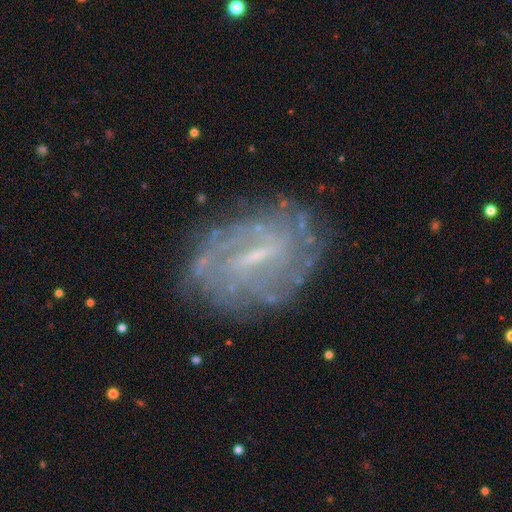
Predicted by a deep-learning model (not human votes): Smooth or featured?
  - featured or disk: 81% *
  - smooth: 12%
  - star or artifact: 8%
Edge-on disk?
  - no: 96% *
  - yes: 4%
Bar?
  - weak: 51% *
  - strong: 36%
  - no: 13%
Spiral arms?
  - yes: 80% *
  - no: 20%
Spiral winding?
  - tight: 62% *
  - medium: 27%
  - loose: 11%
Spiral arm count?
  - can't tell: 58% *
  - 2: 17%
  - 3: 8%
  - 4: 7%
  - more than 4: 5%
  - 1: 5%
Bulge size?
  - small: 58% *
  - moderate: 22%
  - none: 18%
  - large: 1%
  - dominant: 1%
Merging?
  - none: 76% *
  - minor disturbance: 16%
  - major disturbance: 7%
  - merger: 2%